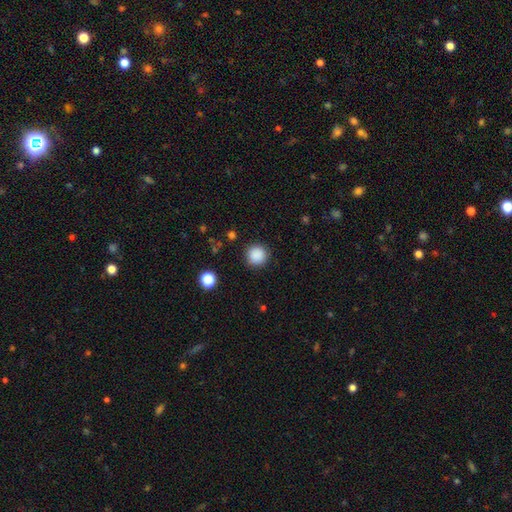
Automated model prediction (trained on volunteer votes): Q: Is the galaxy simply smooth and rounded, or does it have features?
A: smooth — 87%.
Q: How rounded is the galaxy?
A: round — 95%.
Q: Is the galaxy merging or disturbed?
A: none — 90%.